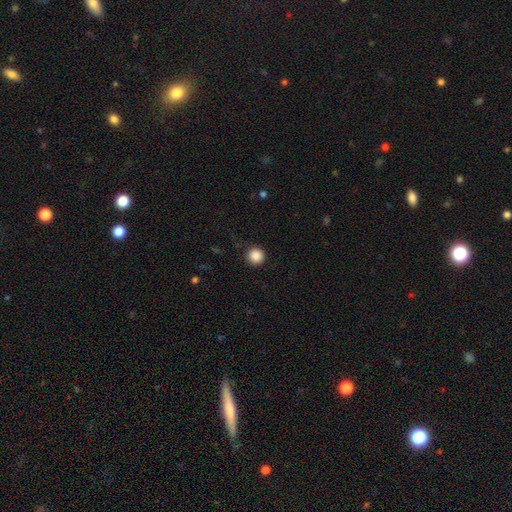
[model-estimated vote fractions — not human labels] Smooth or featured?
  - smooth: 88% *
  - star or artifact: 10%
  - featured or disk: 3%
How rounded?
  - round: 95% *
  - in between: 4%
  - cigar-shaped: 1%
Merging?
  - none: 91% *
  - minor disturbance: 6%
  - major disturbance: 2%
  - merger: 1%